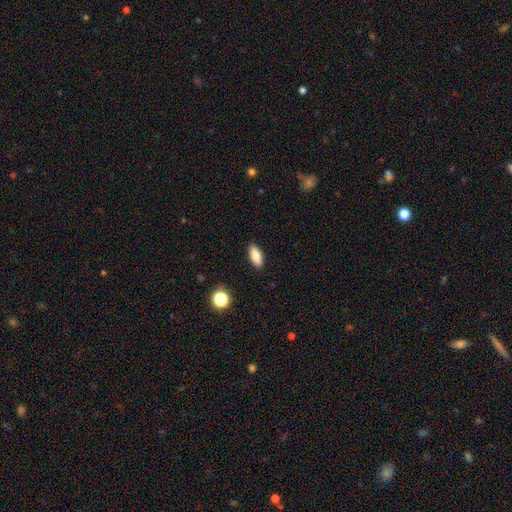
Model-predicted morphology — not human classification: Smooth or featured? smooth (83%)
How rounded? in between (80%)
Merging? none (89%)